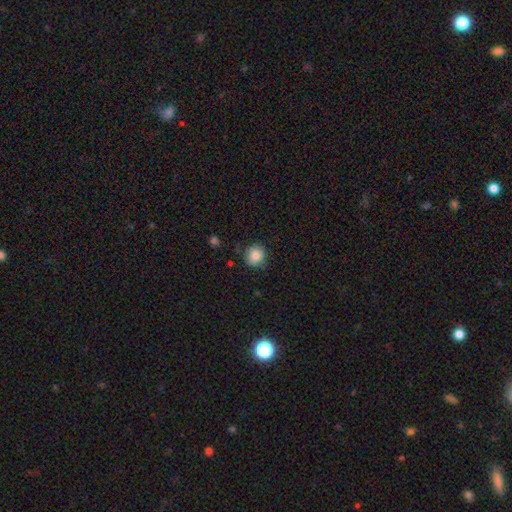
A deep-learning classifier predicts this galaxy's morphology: smooth-or-featured: smooth: 84% | star or artifact: 9% | featured or disk: 6%
  how-rounded: round: 86% | in between: 13% | cigar-shaped: 1%
  merging: none: 78% | minor disturbance: 17% | major disturbance: 4% | merger: 2%